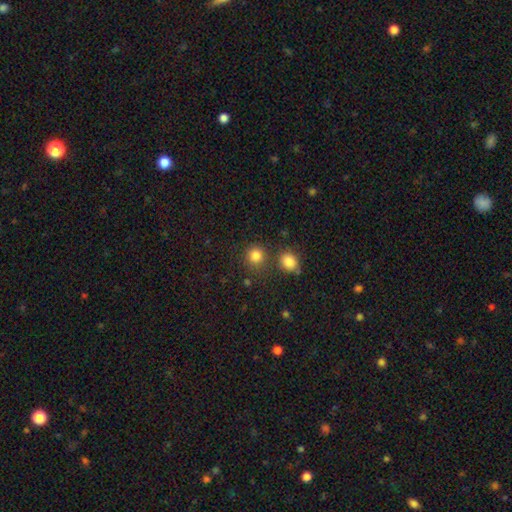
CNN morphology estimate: A smooth galaxy with no disk features (83%) that is round (88%). Merging: none (74%).